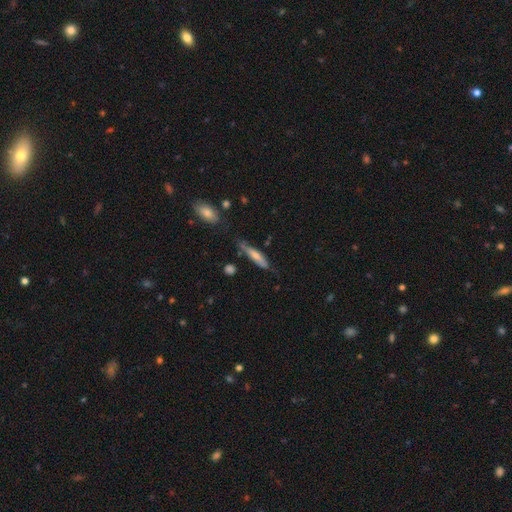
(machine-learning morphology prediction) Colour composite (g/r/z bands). It shows a smooth galaxy with no disk features (55%) that is cigar-shaped (78%). Merging: none (60%).